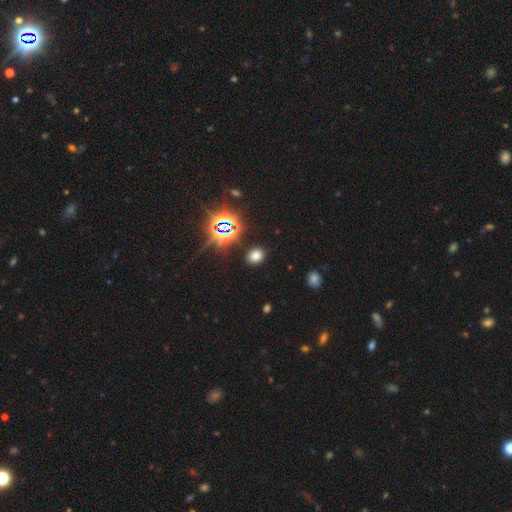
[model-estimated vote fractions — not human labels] Morphology: type=smooth (67%); roundness=in between (57%); merging=none (88%).